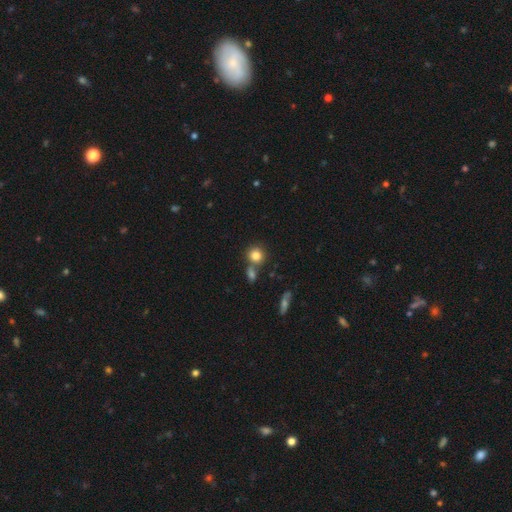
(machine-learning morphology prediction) type=smooth (82%); roundness=round (83%); merging=none (60%).